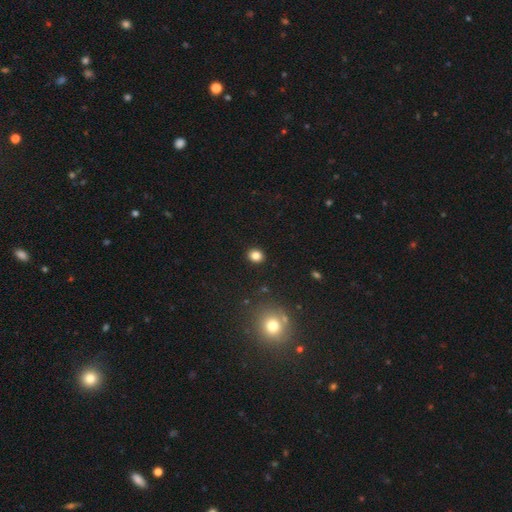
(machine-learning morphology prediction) Q: Smooth or featured?
A: smooth (83%); runner-up: star or artifact (12%)
Q: How rounded?
A: round (63%); runner-up: in between (36%)
Q: Merging?
A: none (90%); runner-up: minor disturbance (6%)